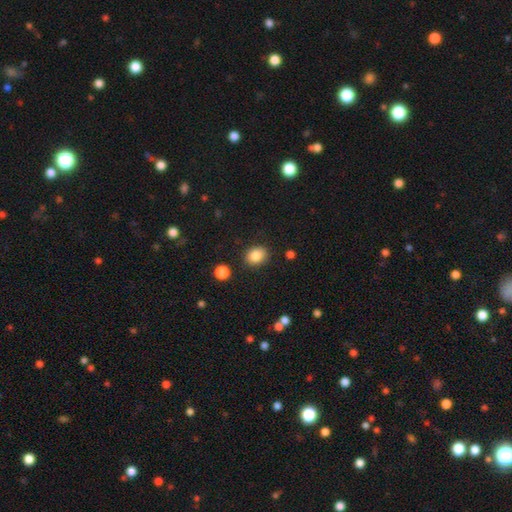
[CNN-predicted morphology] smooth 85%, star or artifact 9%, featured or disk 5%. Down the decision tree: how rounded — in between (50%); merging — none (86%).